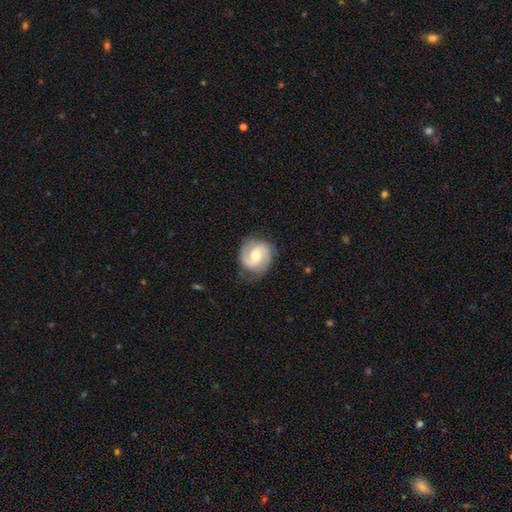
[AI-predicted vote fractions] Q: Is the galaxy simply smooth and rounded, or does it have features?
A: featured or disk — 76%.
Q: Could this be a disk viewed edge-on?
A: no — 98%.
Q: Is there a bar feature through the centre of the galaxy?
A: weak — 48%.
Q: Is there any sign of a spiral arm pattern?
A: yes — 94%.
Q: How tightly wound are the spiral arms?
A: medium — 47%.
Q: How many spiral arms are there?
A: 2 — 84%.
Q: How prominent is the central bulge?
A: moderate — 61%.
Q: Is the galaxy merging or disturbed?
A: none — 77%.